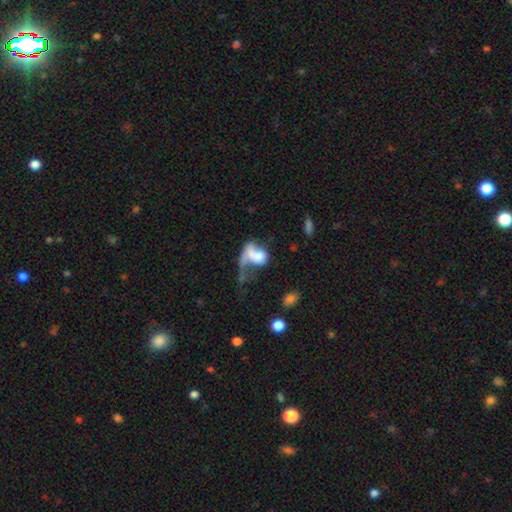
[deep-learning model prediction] The model was most divided on "smooth or featured": smooth: 50%, featured or disk: 40%, star or artifact: 10%. Remaining: how rounded — in between (68%); merging — major disturbance (46%).